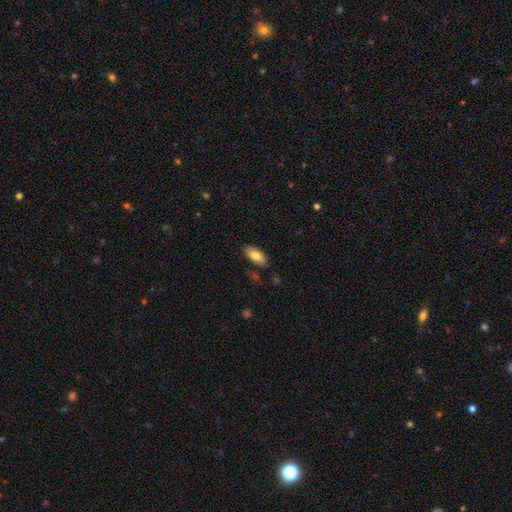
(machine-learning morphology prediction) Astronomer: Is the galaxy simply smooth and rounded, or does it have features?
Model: smooth — 78%.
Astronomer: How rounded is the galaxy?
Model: in between — 90%.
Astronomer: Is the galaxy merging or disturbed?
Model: none — 84%.